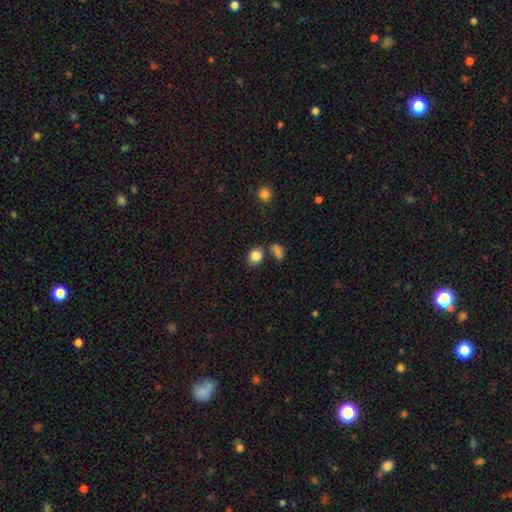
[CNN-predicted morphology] The model was most divided on "how rounded": in between: 59%, round: 40%, cigar-shaped: 1%. More confident: smooth or featured — smooth (86%); merging — none (69%).